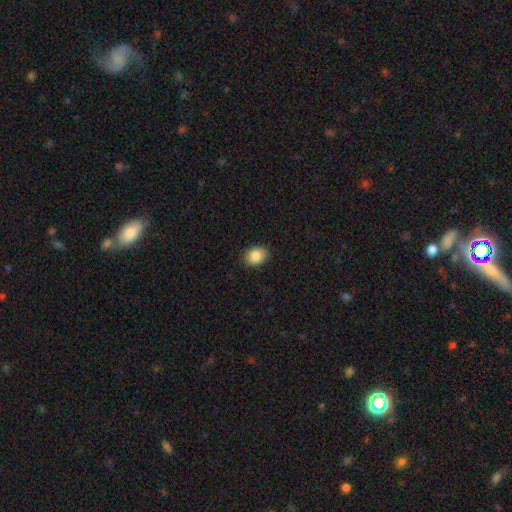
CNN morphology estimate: Smooth or featured: smooth — 87% (star or artifact — 8%)
How rounded: in between — 68% (round — 31%)
Merging: none — 87% (minor disturbance — 10%)